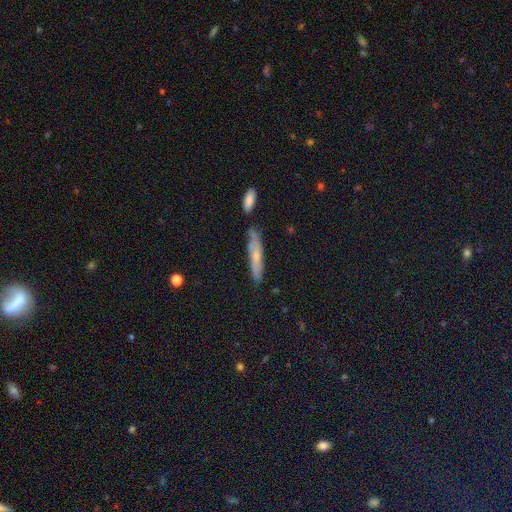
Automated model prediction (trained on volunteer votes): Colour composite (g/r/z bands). It shows a smooth galaxy with no disk features (53%) that is cigar-shaped (86%). Merging: none (71%).